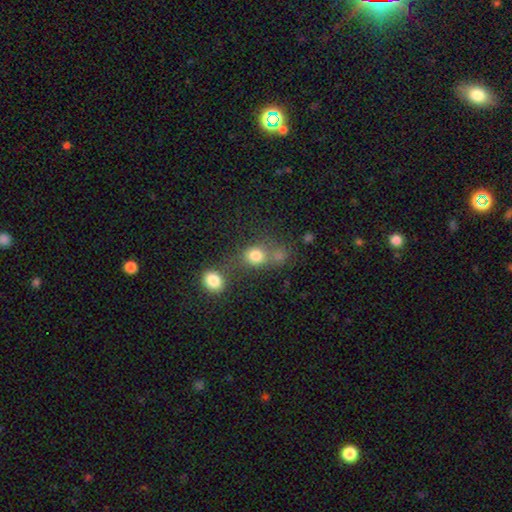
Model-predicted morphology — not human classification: type=smooth (79%); roundness=round (68%); merging=none (46%).